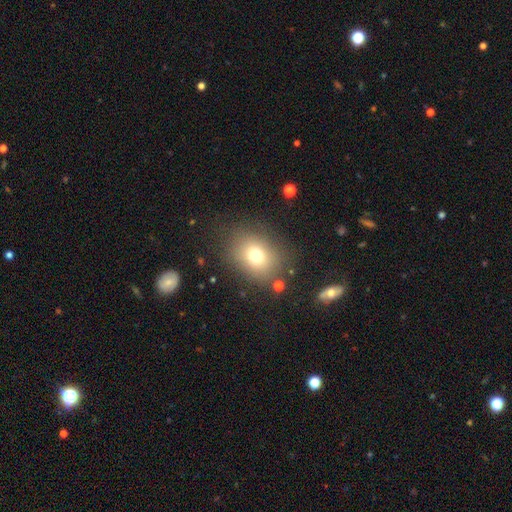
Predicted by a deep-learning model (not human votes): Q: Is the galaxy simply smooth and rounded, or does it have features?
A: smooth — 73%.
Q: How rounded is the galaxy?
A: in between — 51%.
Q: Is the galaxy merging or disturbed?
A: none — 79%.